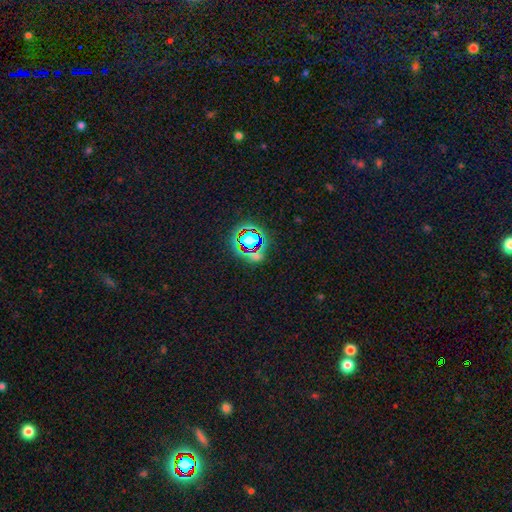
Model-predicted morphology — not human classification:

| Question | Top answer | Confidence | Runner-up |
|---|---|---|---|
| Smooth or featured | star or artifact | 58% | smooth (31%) |